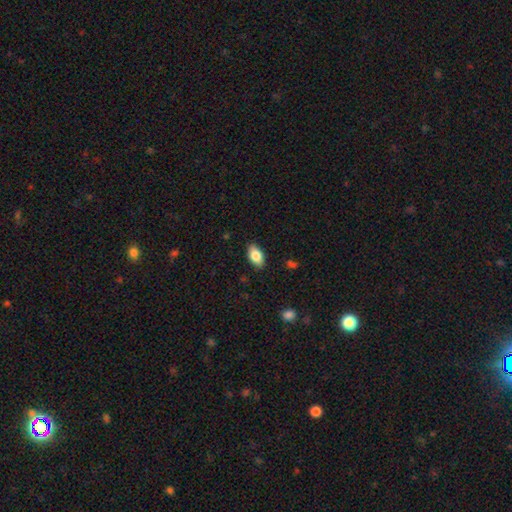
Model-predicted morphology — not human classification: Smooth or featured? smooth (83%)
How rounded? in between (92%)
Merging? none (86%)